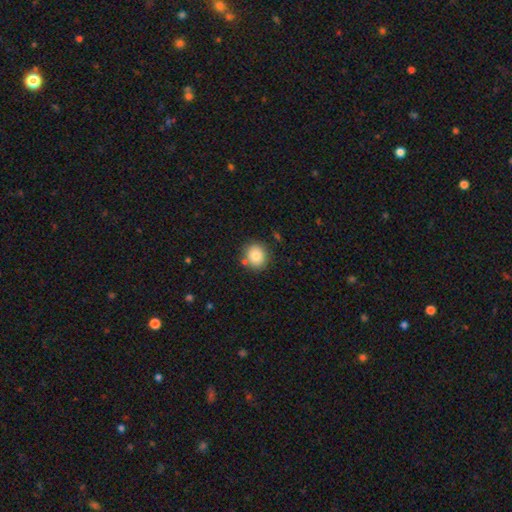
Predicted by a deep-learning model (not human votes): Smooth or featured: smooth — 84% (star or artifact — 9%)
How rounded: round — 81% (in between — 18%)
Merging: none — 83% (minor disturbance — 9%)